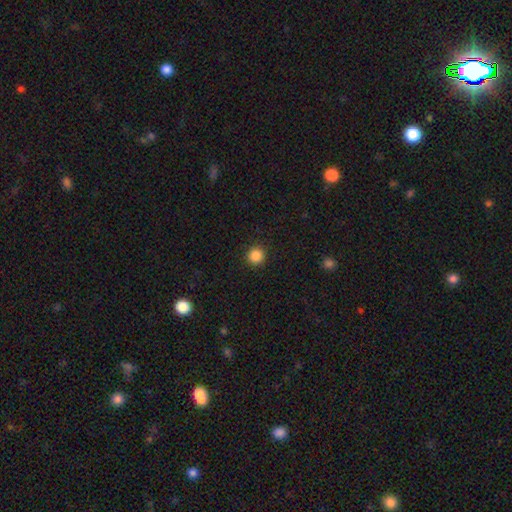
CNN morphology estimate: type=smooth (86%); roundness=round (95%); merging=none (92%).